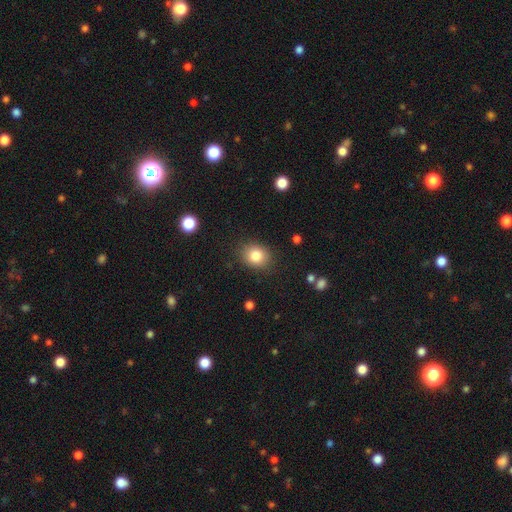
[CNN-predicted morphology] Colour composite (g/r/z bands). It shows a smooth galaxy with no disk features (83%) that is round (59%). Merging: none (86%).